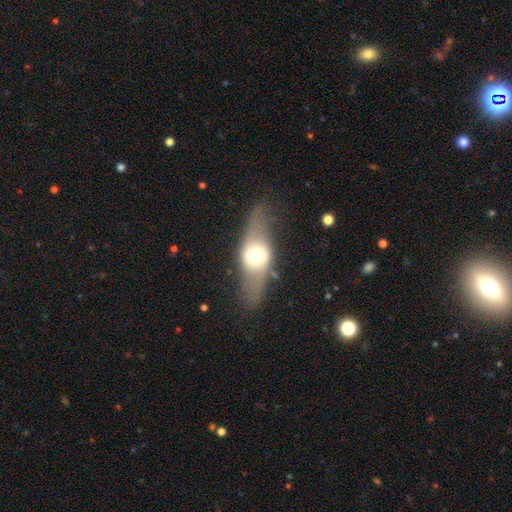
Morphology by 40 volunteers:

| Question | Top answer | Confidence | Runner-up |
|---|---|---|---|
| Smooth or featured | featured or disk | 52% | smooth (42%) |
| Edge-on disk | yes | 57% | no (43%) |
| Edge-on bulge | rounded | 100% | — |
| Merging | none | 71% | minor disturbance (16%) |